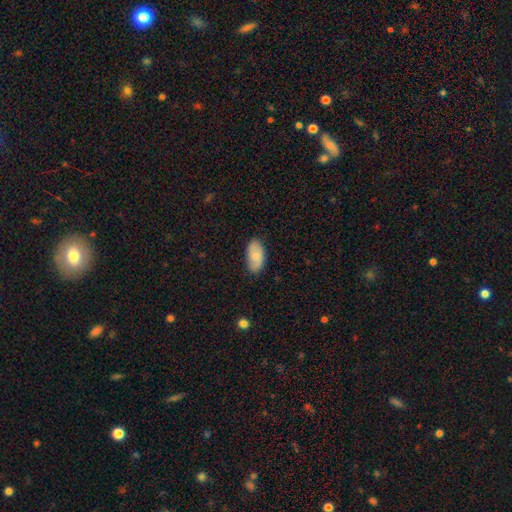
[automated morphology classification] Smooth or featured? smooth (76%)
How rounded? in between (95%)
Merging? none (82%)